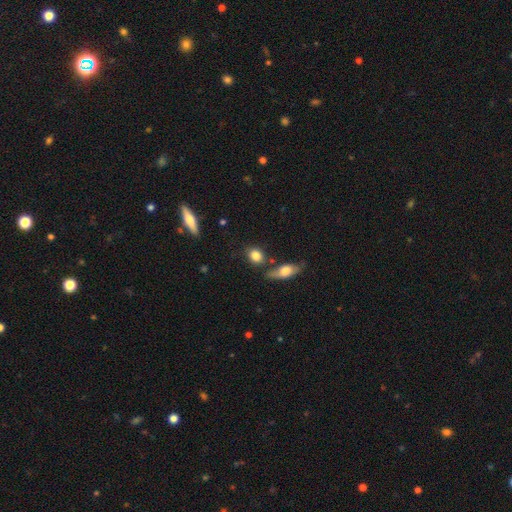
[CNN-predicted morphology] Smooth or featured?
  - smooth: 83% *
  - featured or disk: 9%
  - star or artifact: 8%
How rounded?
  - in between: 50% *
  - round: 46%
  - cigar-shaped: 4%
Merging?
  - none: 66% *
  - minor disturbance: 16%
  - merger: 13%
  - major disturbance: 5%